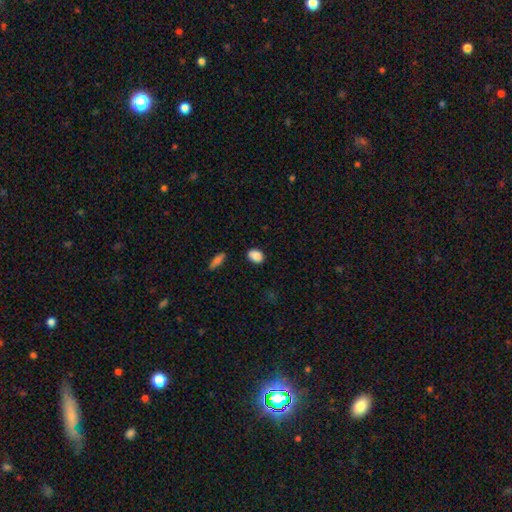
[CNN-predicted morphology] smooth_or_featured: smooth (p=0.88) [alt: star or artifact p=0.08]
how_rounded: in between (p=0.76) [alt: round p=0.22]
merging: none (p=0.83) [alt: minor disturbance p=0.12]